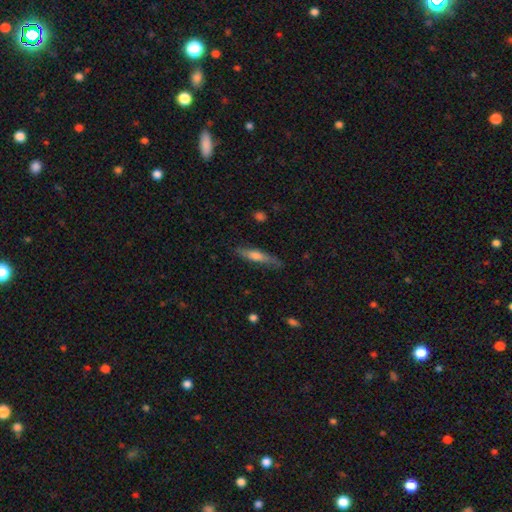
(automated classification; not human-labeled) smooth_or_featured: smooth (p=0.56) [alt: featured or disk p=0.38]
how_rounded: cigar-shaped (p=0.83) [alt: in between p=0.15]
merging: none (p=0.76) [alt: minor disturbance p=0.18]